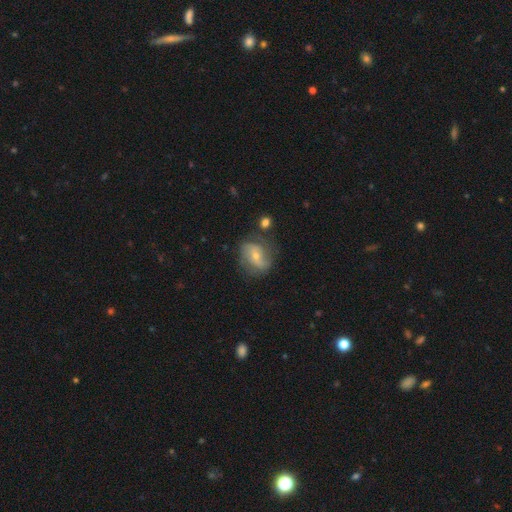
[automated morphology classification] A featured or disk galaxy (65%) with no bar (51%), 2 (72%) loose (44%) spiral arms (85%) and a small central bulge (56%). Merging: none (64%).